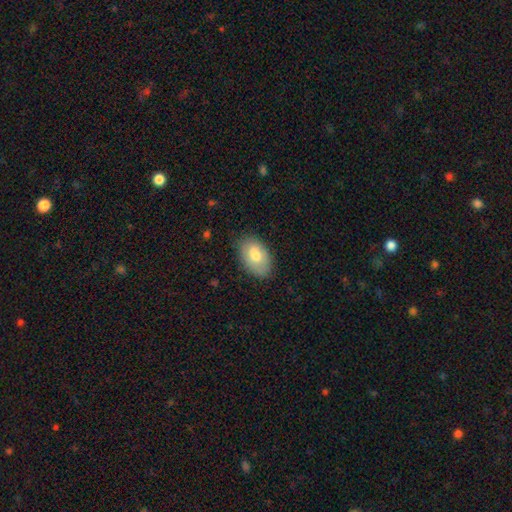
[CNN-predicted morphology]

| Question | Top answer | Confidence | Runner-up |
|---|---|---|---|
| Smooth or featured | smooth | 76% | featured or disk (17%) |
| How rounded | in between | 92% | round (7%) |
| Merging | none | 81% | minor disturbance (15%) |